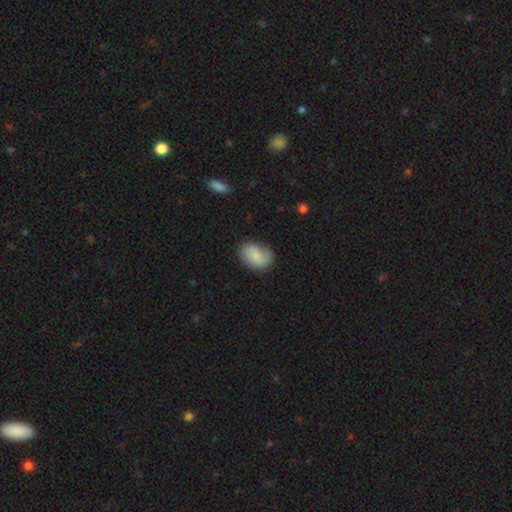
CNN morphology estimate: smooth 73%, featured or disk 20%, star or artifact 7%. Down the decision tree: how rounded — in between (81%); merging — none (71%).